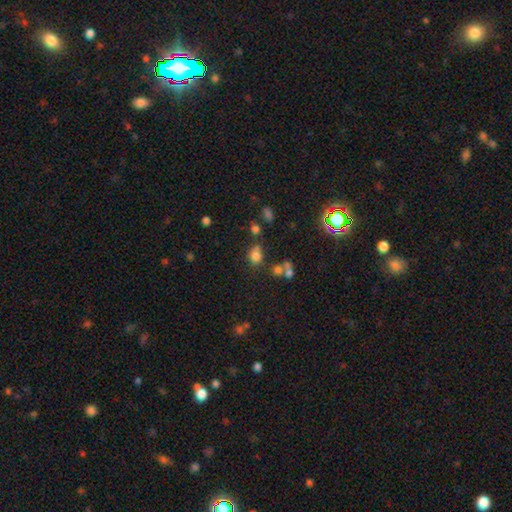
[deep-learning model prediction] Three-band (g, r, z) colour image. It shows a smooth galaxy with no disk features (74%) that is round (53%). Merging: none (59%).